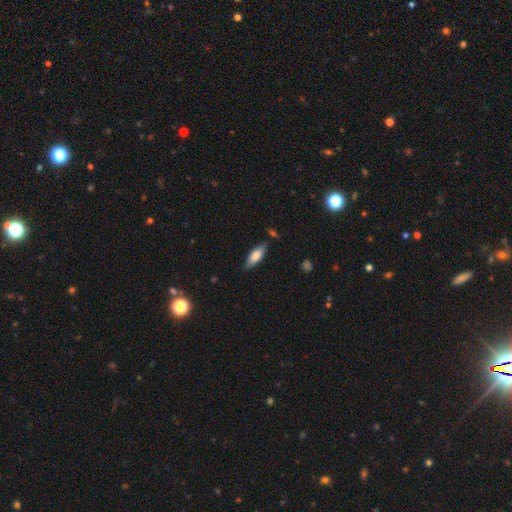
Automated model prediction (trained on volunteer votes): smooth 78%, featured or disk 15%, star or artifact 6%. Down the decision tree: how rounded — in between (67%); merging — none (81%).